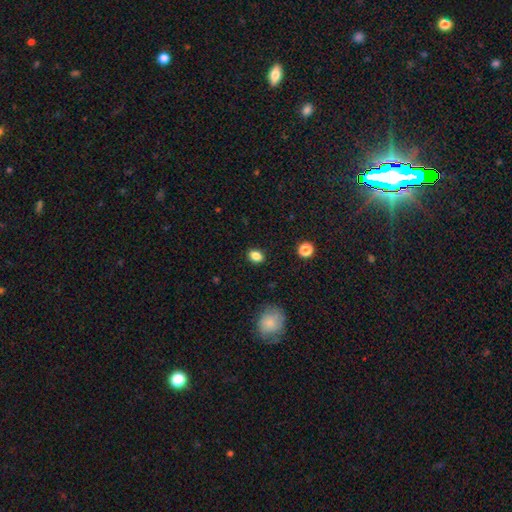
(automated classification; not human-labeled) smooth 84%, star or artifact 11%, featured or disk 5%. Down the decision tree: how rounded — in between (62%); merging — none (87%).